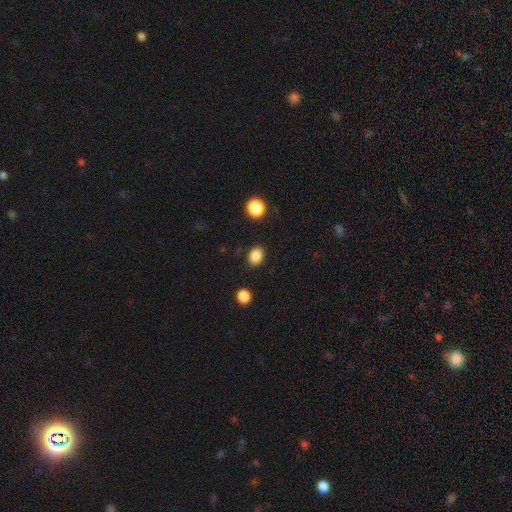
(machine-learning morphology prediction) This is clearly a smooth galaxy (86%). How rounded: possibly in between (58%). Merging: clearly none (86%).